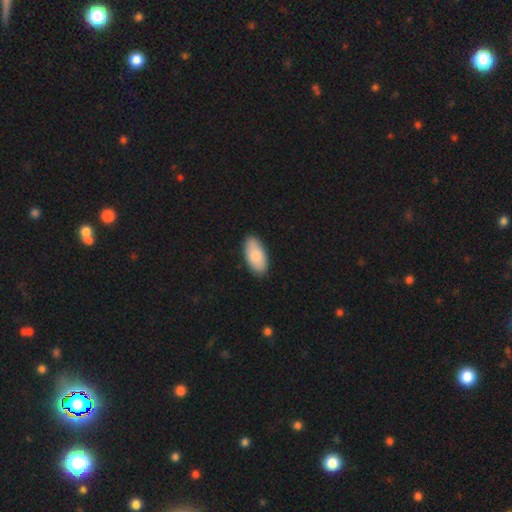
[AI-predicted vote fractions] Overall: smooth (85%). How rounded: in between (94%). Merging: none (88%).